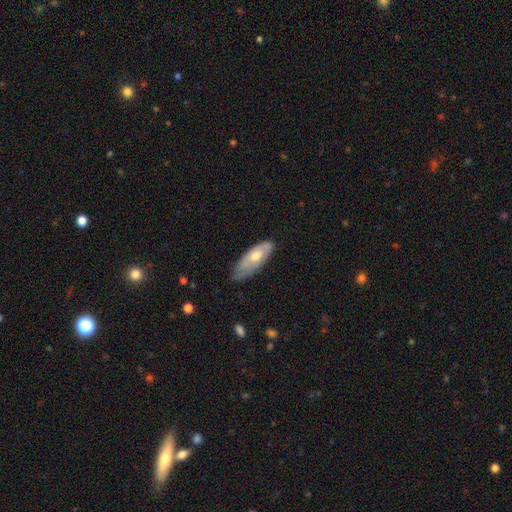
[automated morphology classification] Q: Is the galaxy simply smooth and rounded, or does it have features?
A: smooth — 56%.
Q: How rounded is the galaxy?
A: in between — 72%.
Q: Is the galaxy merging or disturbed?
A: none — 57%.